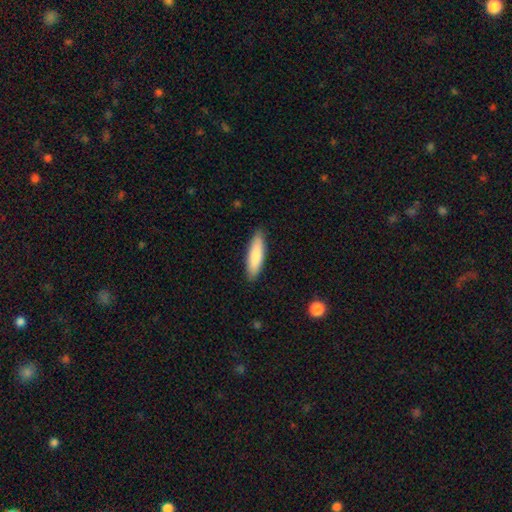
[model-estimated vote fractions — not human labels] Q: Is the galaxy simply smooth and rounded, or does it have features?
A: smooth — 82%.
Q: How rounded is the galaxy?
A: cigar-shaped — 62%.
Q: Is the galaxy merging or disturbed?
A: none — 88%.